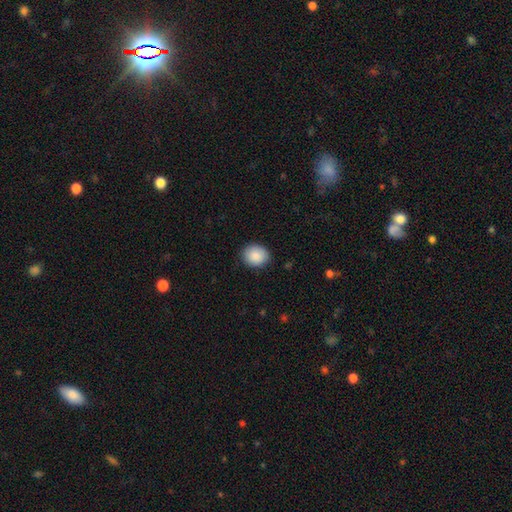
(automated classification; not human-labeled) Smooth or featured? smooth (89%)
How rounded? round (68%)
Merging? none (86%)